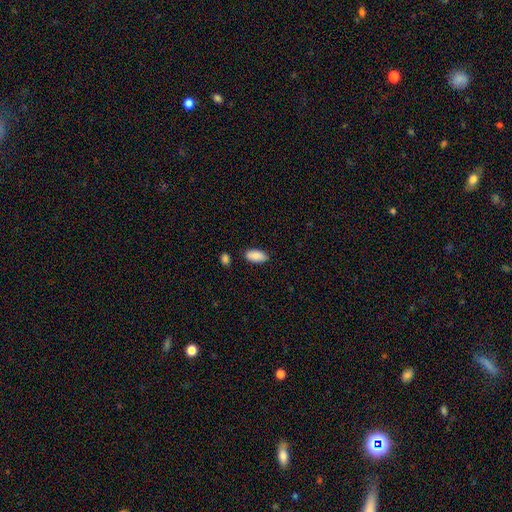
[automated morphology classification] Q: Smooth or featured?
A: smooth (88%); runner-up: star or artifact (6%)
Q: How rounded?
A: in between (93%); runner-up: cigar-shaped (5%)
Q: Merging?
A: none (83%); runner-up: minor disturbance (12%)